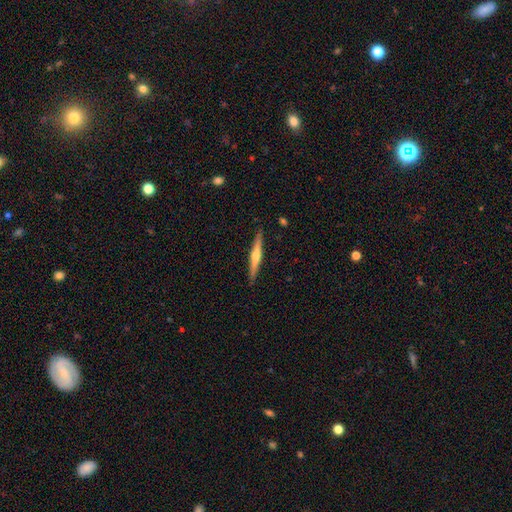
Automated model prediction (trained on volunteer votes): A featured or disk galaxy (63%) viewed edge-on (97%) with a rounded central bulge (88%).

Vote fractions:
- Smooth or featured? featured or disk: 63% / smooth: 31% / star or artifact: 5%
- Edge-on disk? yes: 97% / no: 3%
- Edge-on bulge? rounded: 88% / none: 8% / boxy: 4%
- Merging? none: 89% / minor disturbance: 8% / major disturbance: 1% / merger: 1%